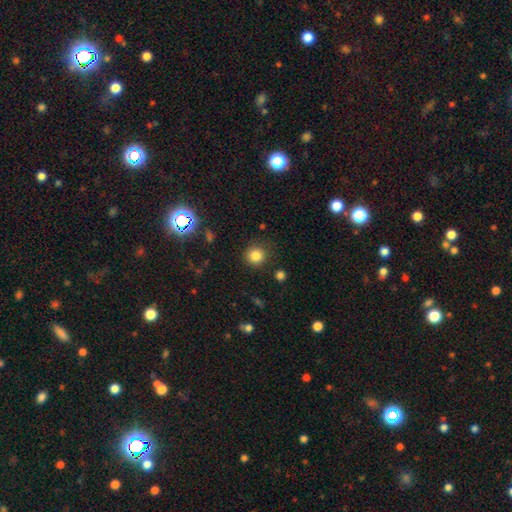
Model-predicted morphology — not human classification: type=smooth (82%); roundness=round (92%); merging=none (87%).